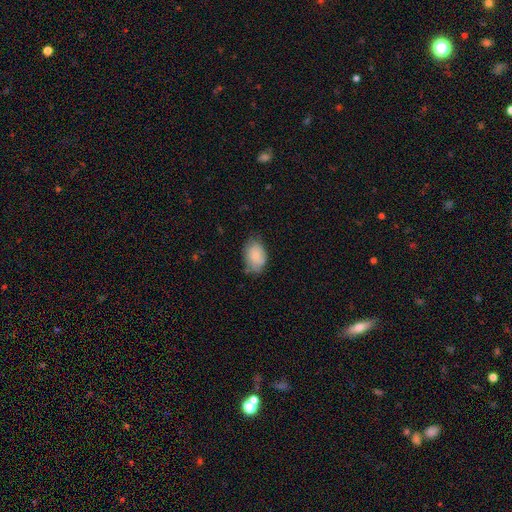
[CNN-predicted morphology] Smooth or featured? smooth (74%)
How rounded? in between (85%)
Merging? none (61%)